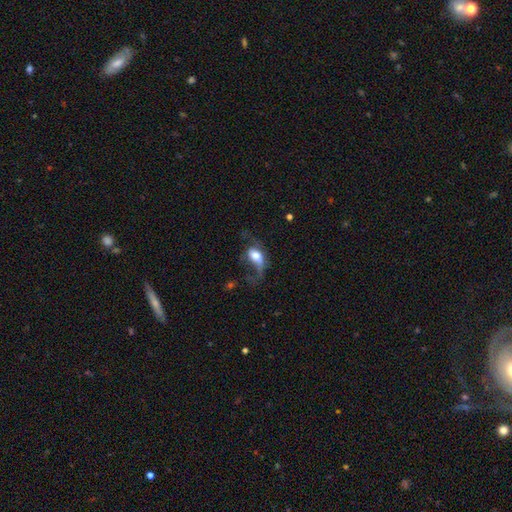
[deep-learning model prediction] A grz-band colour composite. It shows a smooth galaxy with no disk features (55%) that is in between round and cigar-shaped (79%). Merging: major disturbance (55%).